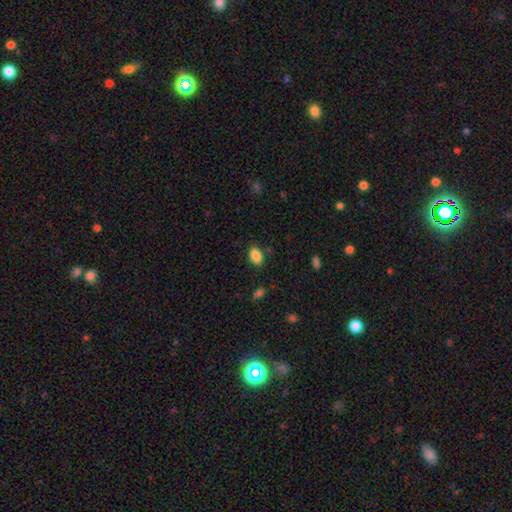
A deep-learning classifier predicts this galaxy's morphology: This is clearly a smooth galaxy (88%). How rounded: clearly in between (89%). Merging: clearly none (84%).